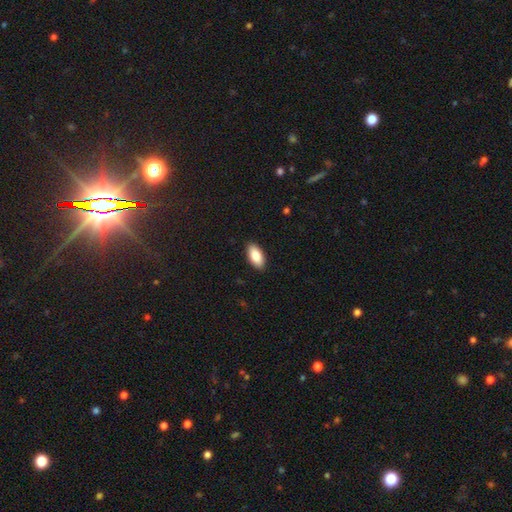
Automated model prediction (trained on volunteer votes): smooth 86%, featured or disk 8%, star or artifact 6%. Down the decision tree: how rounded — in between (91%); merging — none (90%).